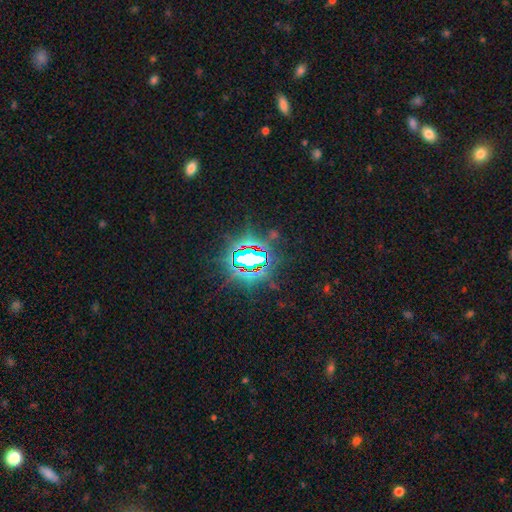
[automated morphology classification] Smooth or featured? Predicted: star or artifact (p=0.81).